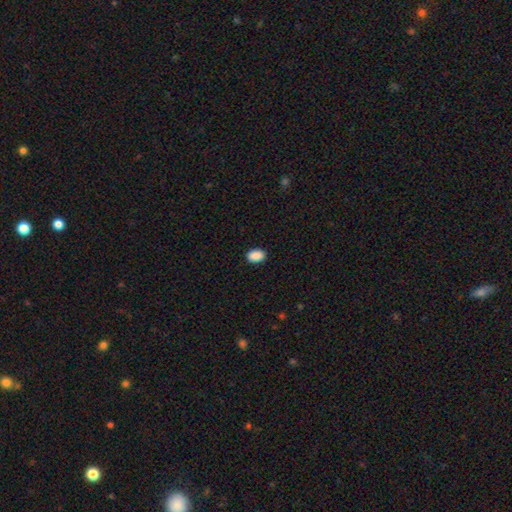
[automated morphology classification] smooth-or-featured: smooth: 90% | star or artifact: 7% | featured or disk: 2%
  how-rounded: in between: 83% | round: 16% | cigar-shaped: 1%
  merging: none: 90% | minor disturbance: 7% | major disturbance: 2% | merger: 1%